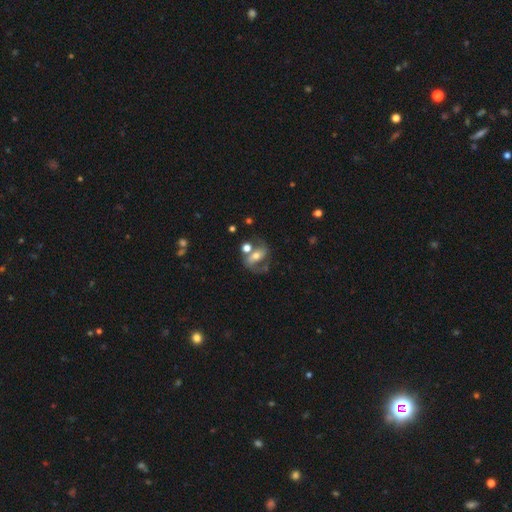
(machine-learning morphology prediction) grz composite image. It shows a featured or disk galaxy (69%) with a strong bar (37%), 2 (83%) medium (47%) spiral arms (83%) and a moderate central bulge (63%). Merging: none (52%).